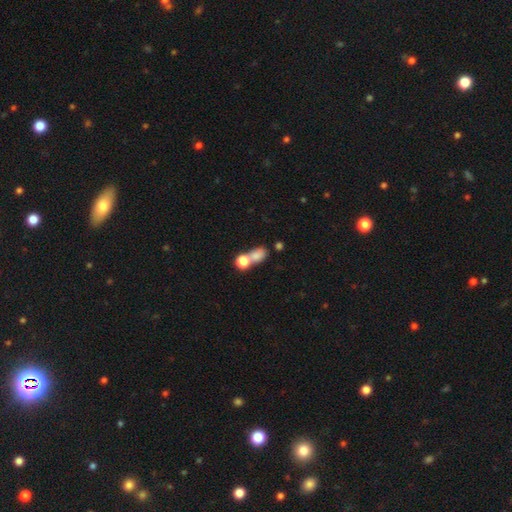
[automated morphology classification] Smooth or featured? smooth (75%)
How rounded? in between (53%)
Merging? merger (51%)